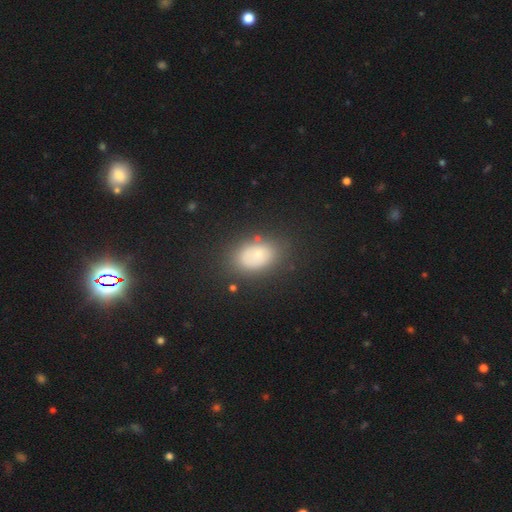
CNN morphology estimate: Smooth or featured? smooth (67%)
How rounded? in between (82%)
Merging? none (72%)